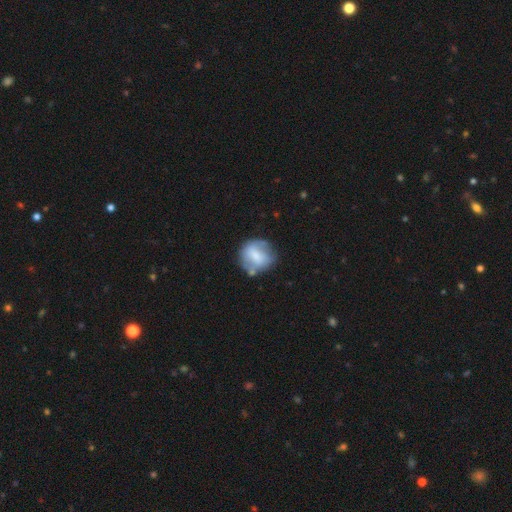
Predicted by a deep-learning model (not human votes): This appears to be a smooth galaxy with no disk features (56%) that is round (77%). Merging: none (56%).